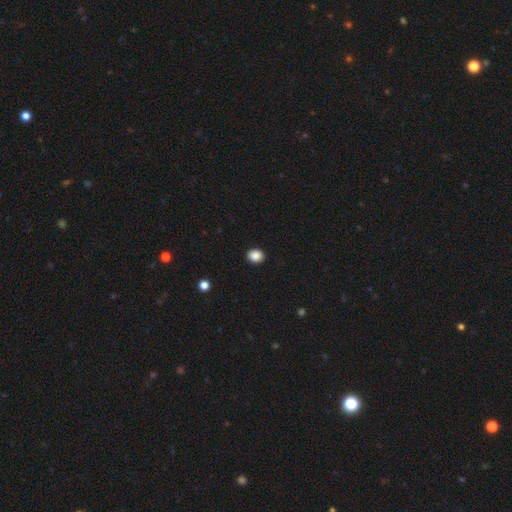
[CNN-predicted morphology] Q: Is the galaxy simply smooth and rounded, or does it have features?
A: smooth — 88%.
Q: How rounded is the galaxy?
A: round — 63%.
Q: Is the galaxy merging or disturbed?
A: none — 92%.